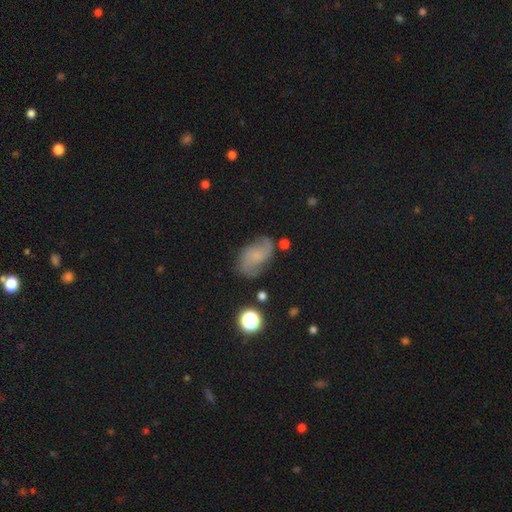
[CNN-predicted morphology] Smooth or featured? featured or disk (62%)
Edge-on disk? no (97%)
Bar? no (63%)
Spiral arms? yes (91%)
Spiral winding? loose (42%, tied with medium)
Spiral arm count? 2 (85%)
Bulge size? small (44%)
Merging? none (68%)